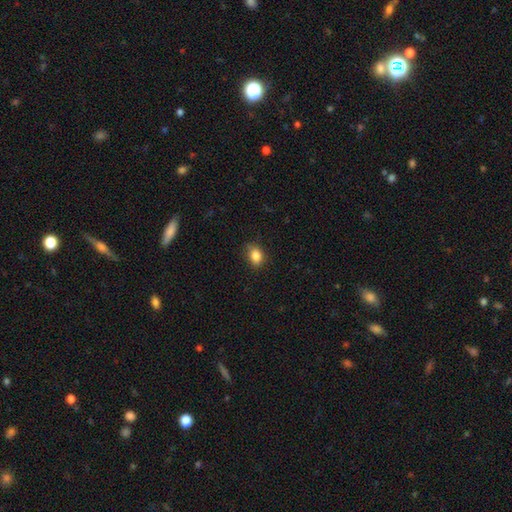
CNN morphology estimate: type=smooth (85%); roundness=in between (62%); merging=none (79%).